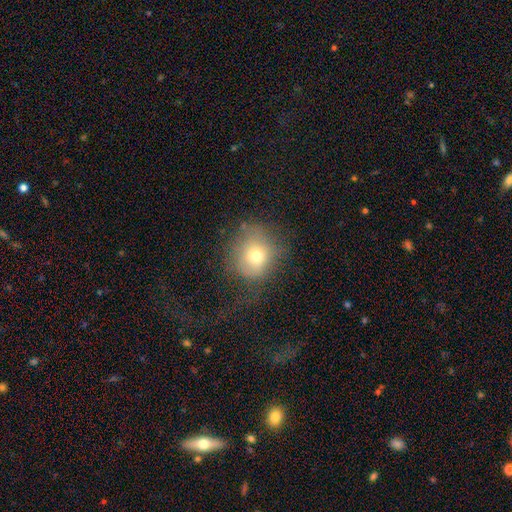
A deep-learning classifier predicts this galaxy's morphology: A smooth galaxy with no disk features (68%) that is round (80%). Merging: none (48%).